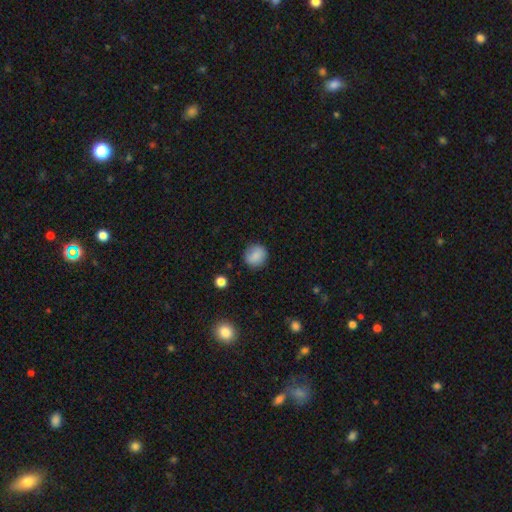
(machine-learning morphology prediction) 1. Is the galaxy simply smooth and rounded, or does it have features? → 84% smooth, 9% star or artifact, 7% featured or disk.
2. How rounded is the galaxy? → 85% round, 14% in between, 1% cigar-shaped.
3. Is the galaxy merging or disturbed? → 82% none, 13% minor disturbance, 3% major disturbance, 1% merger.